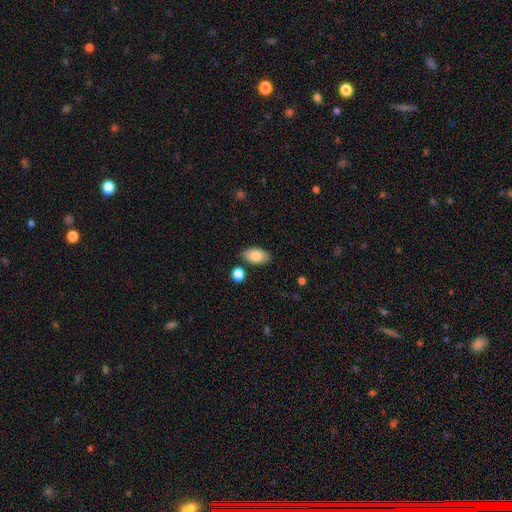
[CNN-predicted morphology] smooth_or_featured: smooth (p=0.85) [alt: featured or disk p=0.08]
how_rounded: in between (p=0.94) [alt: round p=0.04]
merging: none (p=0.83) [alt: minor disturbance p=0.11]